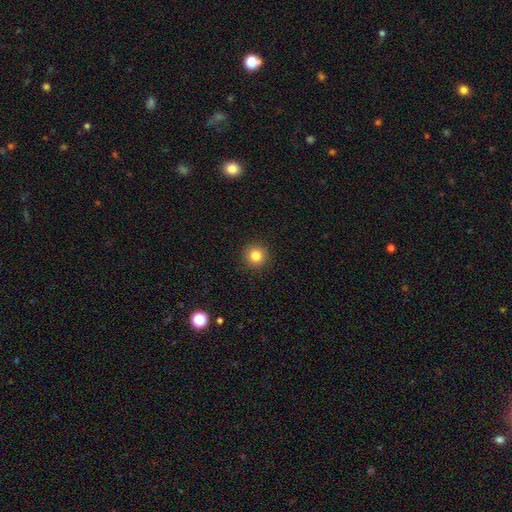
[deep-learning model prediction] A smooth galaxy with no disk features (84%) that is round (95%).

Vote fractions:
- Smooth or featured? smooth: 84% / star or artifact: 11% / featured or disk: 5%
- How rounded? round: 95% / in between: 4% / cigar-shaped: 1%
- Merging? none: 93% / minor disturbance: 4% / major disturbance: 2% / merger: 1%